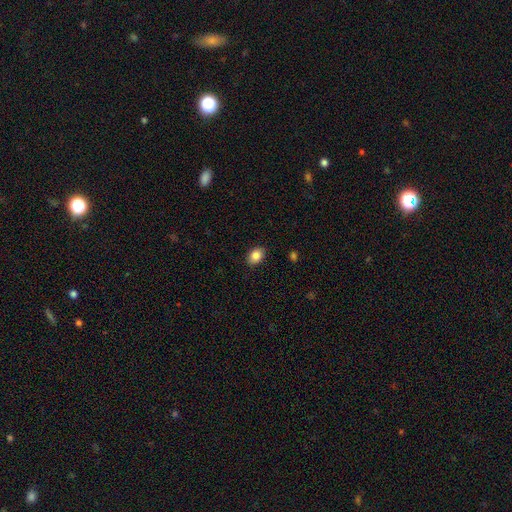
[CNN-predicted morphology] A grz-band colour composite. It shows a smooth galaxy with no disk features (85%) that is in between round and cigar-shaped (73%). Merging: none (89%).